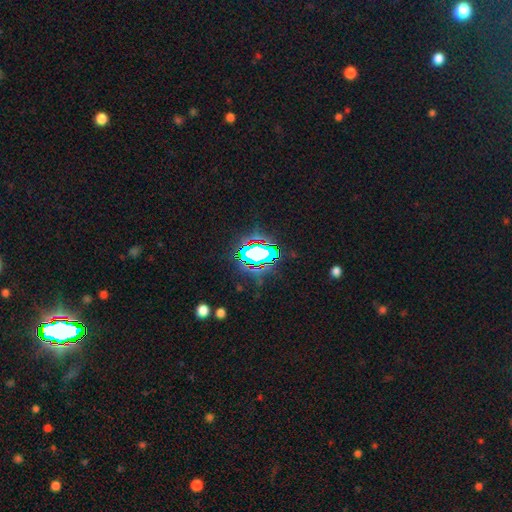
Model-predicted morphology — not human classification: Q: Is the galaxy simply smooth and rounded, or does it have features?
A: star or artifact — 62%.